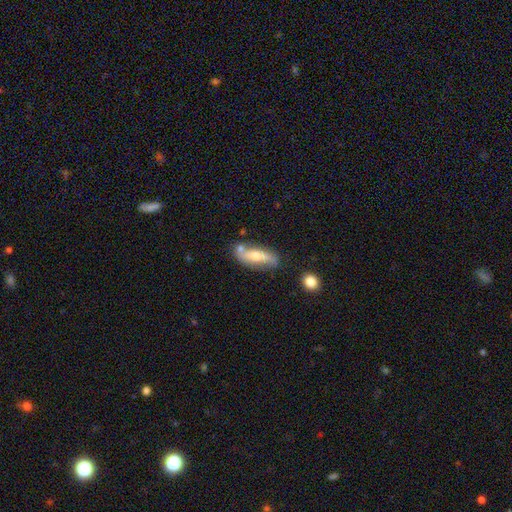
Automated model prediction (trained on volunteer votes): Smooth or featured: featured or disk — 48% (smooth — 45%)
Merging: none — 64% (minor disturbance — 20%)